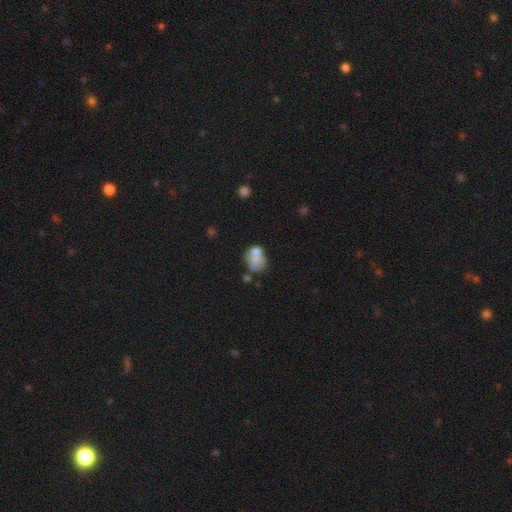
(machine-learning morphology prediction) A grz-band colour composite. It shows a smooth galaxy with no disk features (60%) that is in between round and cigar-shaped (51%). Merging: merger (39%).